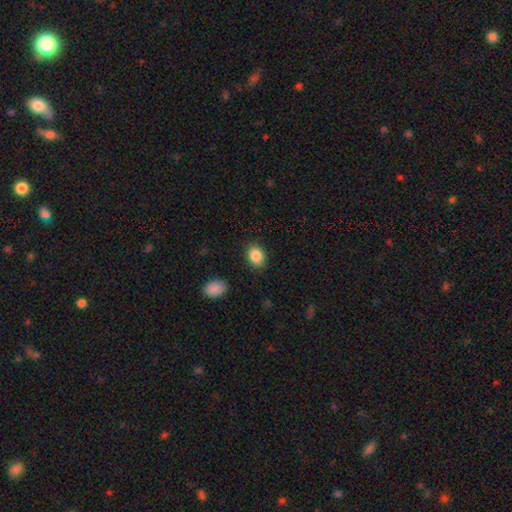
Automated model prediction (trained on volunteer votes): Smooth or featured: smooth — 87% (star or artifact — 8%)
How rounded: in between — 69% (round — 30%)
Merging: none — 86% (minor disturbance — 10%)